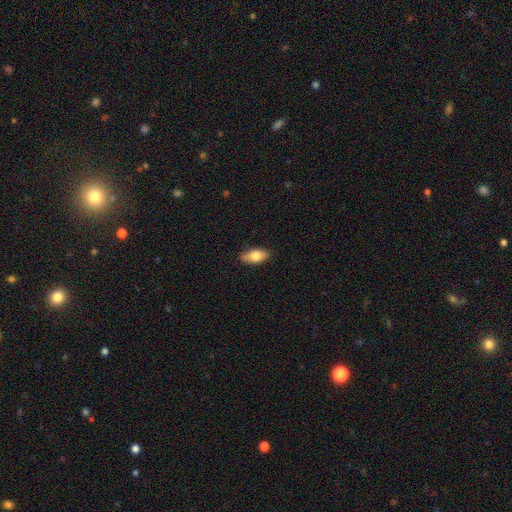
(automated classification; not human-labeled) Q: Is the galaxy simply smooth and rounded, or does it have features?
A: smooth — 77%.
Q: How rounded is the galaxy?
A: in between — 87%.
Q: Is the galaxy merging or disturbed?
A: none — 83%.